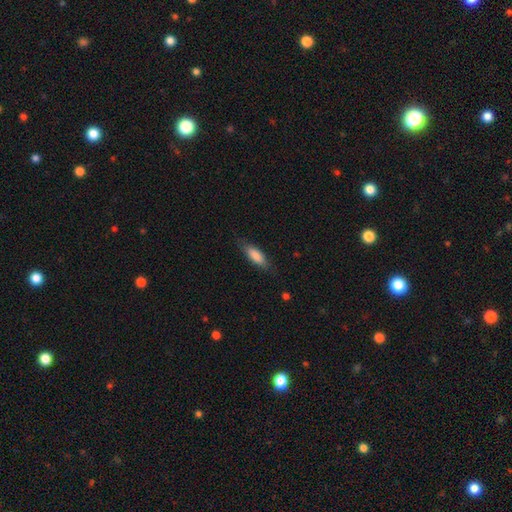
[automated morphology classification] Smooth or featured? smooth (82%)
How rounded? in between (56%)
Merging? none (78%)